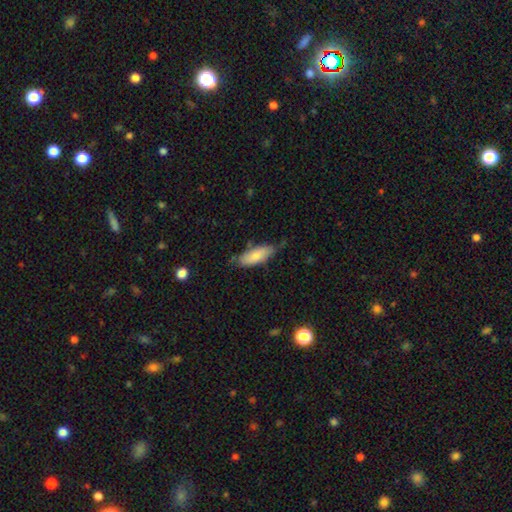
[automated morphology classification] type=smooth (76%); roundness=in between (77%); merging=none (62%).